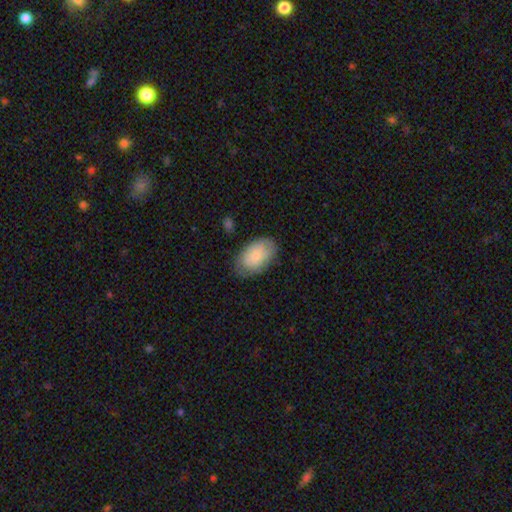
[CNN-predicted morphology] A smooth galaxy with no disk features (76%) that is in between round and cigar-shaped (92%).

Vote fractions:
- Smooth or featured? smooth: 76% / featured or disk: 17% / star or artifact: 6%
- How rounded? in between: 92% / round: 7% / cigar-shaped: 1%
- Merging? none: 74% / minor disturbance: 19% / major disturbance: 5% / merger: 1%